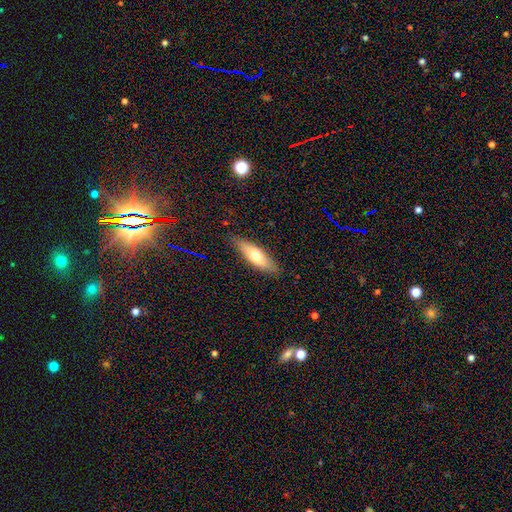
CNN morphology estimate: Smooth or featured? Predicted: smooth (p=0.64). How rounded? Predicted: in between (p=0.50). Merging? Predicted: none (p=0.85).